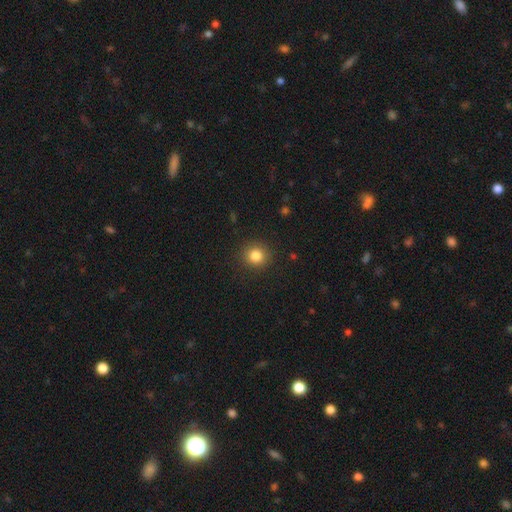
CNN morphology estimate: smooth_or_featured: smooth (p=0.84) [alt: star or artifact p=0.11]
how_rounded: round (p=0.91) [alt: in between p=0.08]
merging: none (p=0.90) [alt: minor disturbance p=0.07]